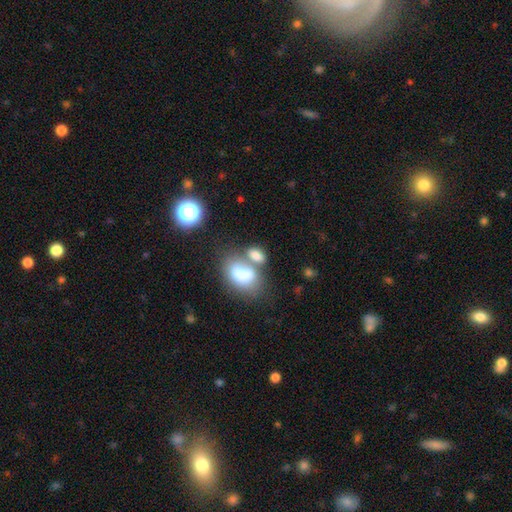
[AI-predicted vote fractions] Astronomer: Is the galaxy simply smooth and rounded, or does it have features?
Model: smooth — 73%.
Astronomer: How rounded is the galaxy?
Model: in between — 83%.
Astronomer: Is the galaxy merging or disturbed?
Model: merger — 55%.